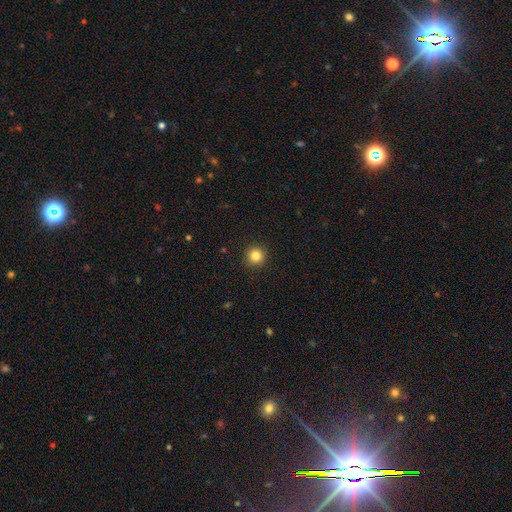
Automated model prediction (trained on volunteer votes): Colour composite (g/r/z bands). It shows a smooth galaxy with no disk features (83%) that is round (96%). Merging: none (93%).